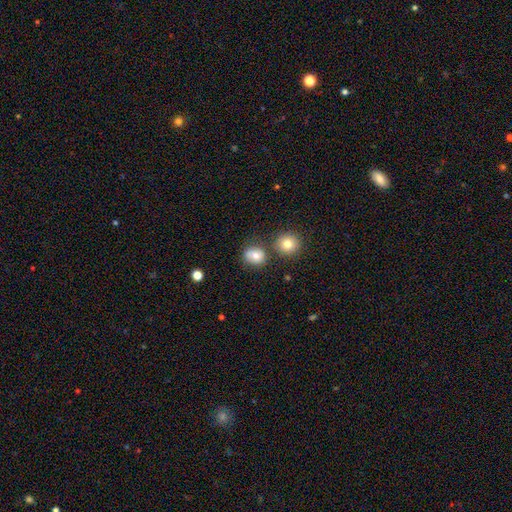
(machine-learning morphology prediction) Overall: smooth (77%). How rounded: round (74%). Merging: none (70%).